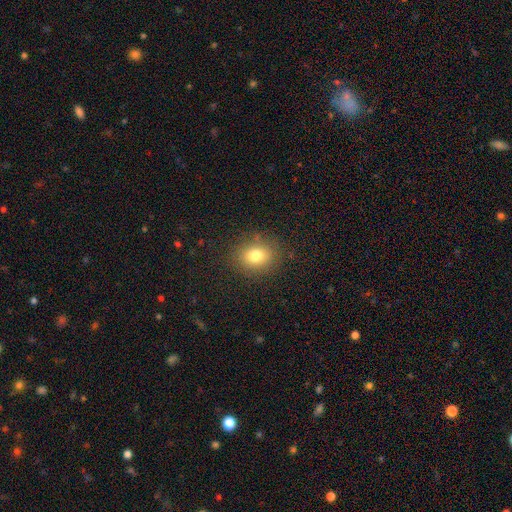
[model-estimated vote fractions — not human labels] smooth_or_featured: smooth (p=0.78) [alt: star or artifact p=0.13]
how_rounded: round (p=0.58) [alt: in between p=0.41]
merging: none (p=0.84) [alt: minor disturbance p=0.10]